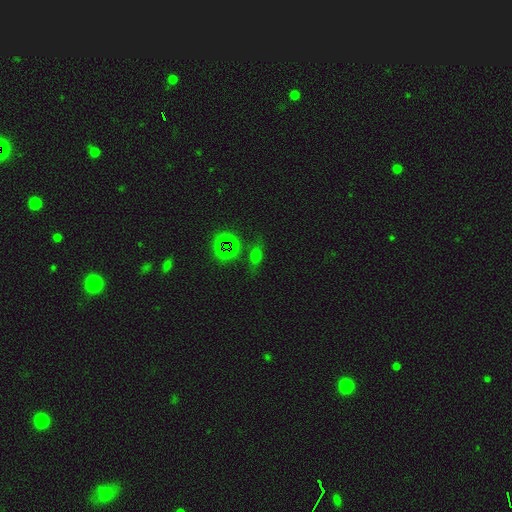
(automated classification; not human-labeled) Smooth or featured? smooth (52%)
How rounded? in between (59%)
Merging? none (73%)